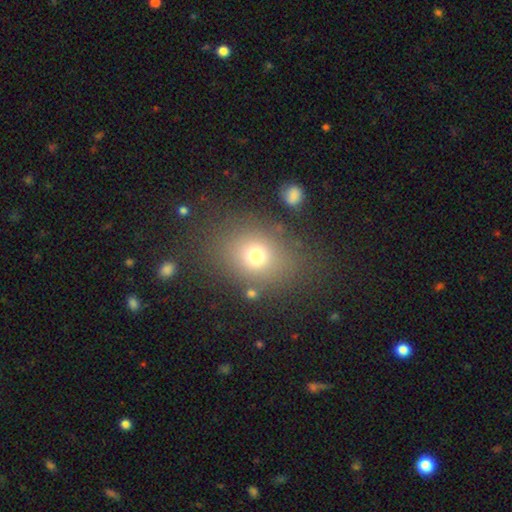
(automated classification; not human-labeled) Overall: smooth (72%). How rounded: round (51%; in between 48%). Merging: none (77%).